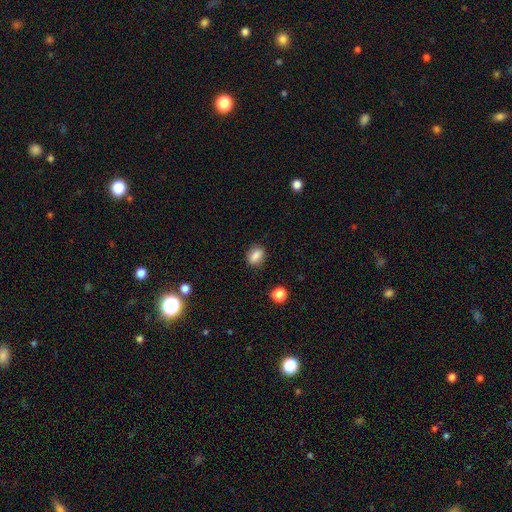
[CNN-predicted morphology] The model was most divided on "how rounded": in between: 68%, round: 30%, cigar-shaped: 2%. More confident: smooth or featured — smooth (85%); merging — none (82%).